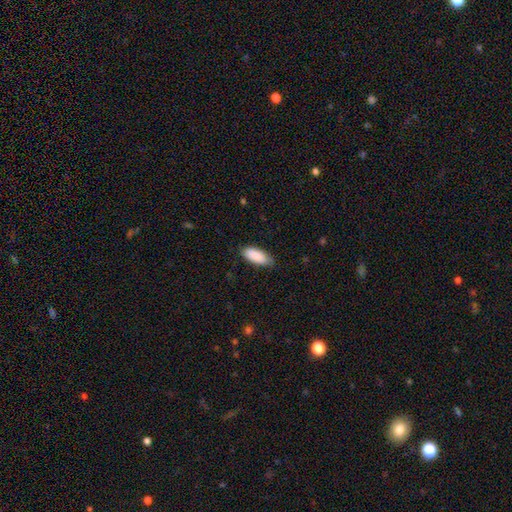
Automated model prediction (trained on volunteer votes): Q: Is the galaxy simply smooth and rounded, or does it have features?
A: smooth — 88%.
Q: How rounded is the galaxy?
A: in between — 82%.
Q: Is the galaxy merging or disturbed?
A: none — 78%.